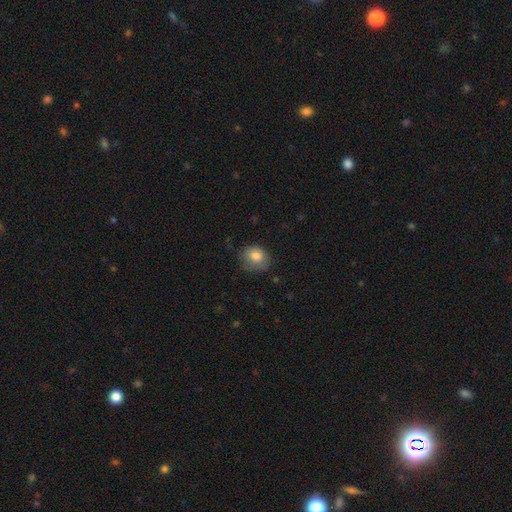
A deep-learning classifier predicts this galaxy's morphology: smooth-or-featured: smooth: 79% | featured or disk: 13% | star or artifact: 8%
  how-rounded: round: 60% | in between: 39% | cigar-shaped: 1%
  merging: none: 65% | minor disturbance: 26% | major disturbance: 8% | merger: 1%